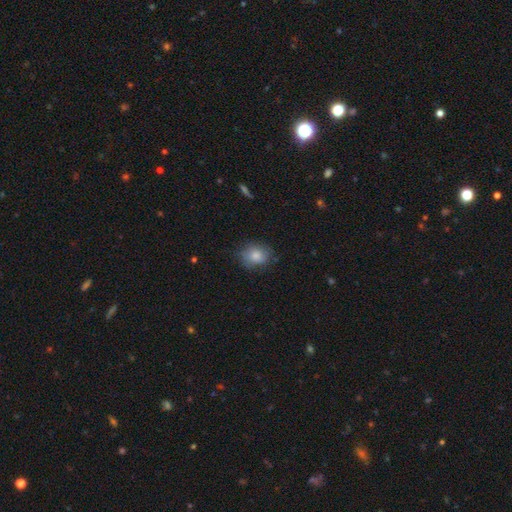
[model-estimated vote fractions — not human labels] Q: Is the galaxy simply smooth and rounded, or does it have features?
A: smooth — 80%.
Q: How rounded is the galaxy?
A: round — 58%.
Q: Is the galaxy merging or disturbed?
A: none — 72%.